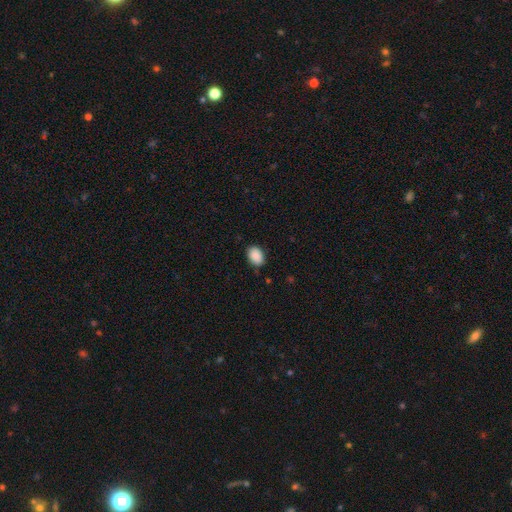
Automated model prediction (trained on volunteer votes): Morphology: type=smooth (90%); roundness=in between (82%); merging=none (83%).